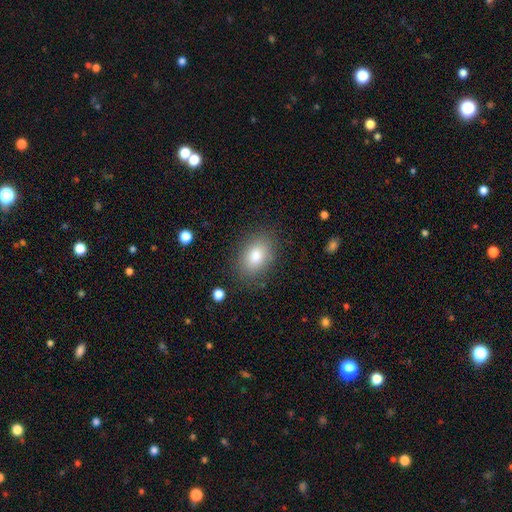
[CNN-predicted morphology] This appears to be a smooth galaxy with no disk features (82%) that is in between round and cigar-shaped (80%). Merging: none (83%).